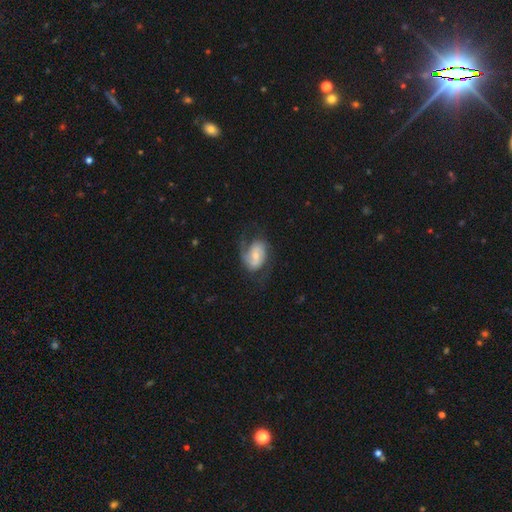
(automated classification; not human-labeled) A featured or disk galaxy (69%) with no bar (57%), 2 (61%) medium (41%) spiral arms (89%) and a small central bulge (49%).

Vote fractions:
- Smooth or featured? featured or disk: 69% / smooth: 25% / star or artifact: 6%
- Edge-on disk? no: 97% / yes: 3%
- Bar? no: 57% / weak: 34% / strong: 9%
- Spiral arms? yes: 89% / no: 11%
- Spiral winding? medium: 41% / loose: 31% / tight: 28%
- Spiral arm count? 2: 61% / 1: 17% / can't tell: 14% / 3: 5% / 4: 2% / more than 4: 1%
- Bulge size? small: 49% / moderate: 44% / large: 4% / none: 3% / dominant: 1%
- Merging? none: 54% / minor disturbance: 23% / major disturbance: 22% / merger: 2%